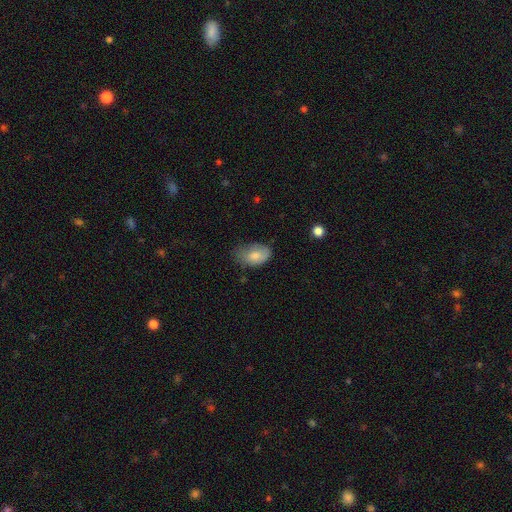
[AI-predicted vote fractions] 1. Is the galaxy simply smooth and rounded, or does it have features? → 79% smooth, 14% featured or disk, 7% star or artifact.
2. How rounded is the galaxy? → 90% in between, 9% round, 1% cigar-shaped.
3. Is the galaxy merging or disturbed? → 43% none, 40% minor disturbance, 15% major disturbance, 2% merger.